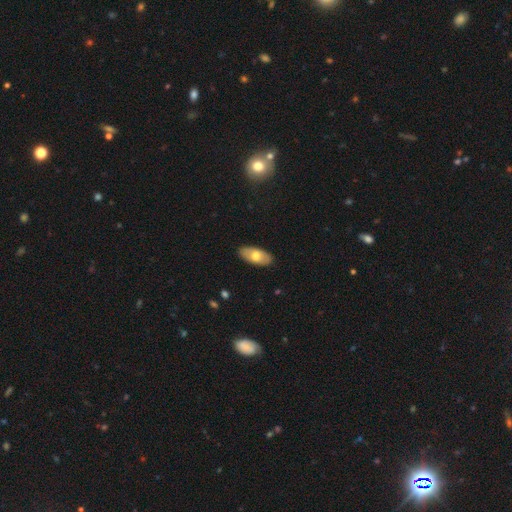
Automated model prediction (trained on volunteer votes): Morphology: type=smooth (67%); roundness=in between (91%); merging=none (88%).